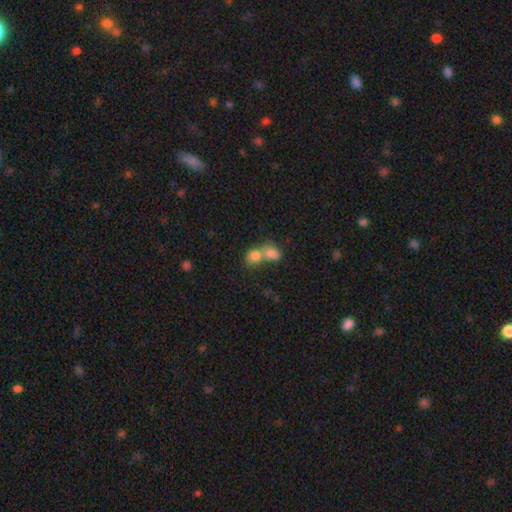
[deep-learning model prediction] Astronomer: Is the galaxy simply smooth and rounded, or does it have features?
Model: smooth — 80%.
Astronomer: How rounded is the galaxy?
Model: round — 50% (runner-up: in between, 48%).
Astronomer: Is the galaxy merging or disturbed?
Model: merger — 67%.